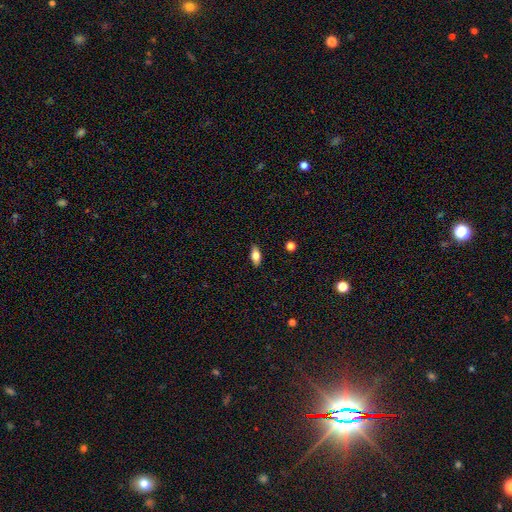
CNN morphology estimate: Smooth or featured?
  - smooth: 72% *
  - featured or disk: 21%
  - star or artifact: 8%
How rounded?
  - in between: 83% *
  - cigar-shaped: 13%
  - round: 4%
Merging?
  - none: 87% *
  - minor disturbance: 10%
  - major disturbance: 2%
  - merger: 1%